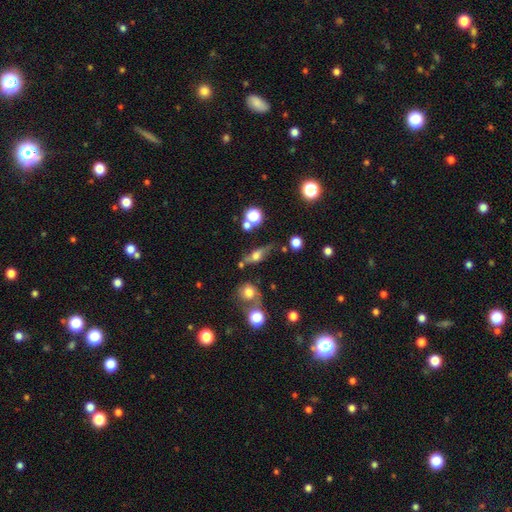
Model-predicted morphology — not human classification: Smooth or featured? smooth (43%, tied with featured or disk)
Merging? none (57%)